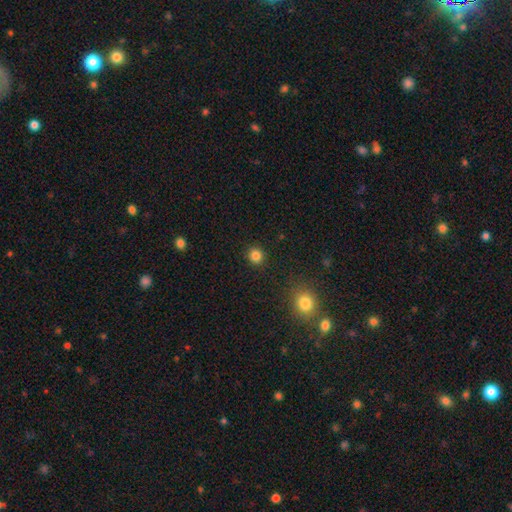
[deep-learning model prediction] Morphology: type=smooth (83%); roundness=round (89%); merging=none (91%).